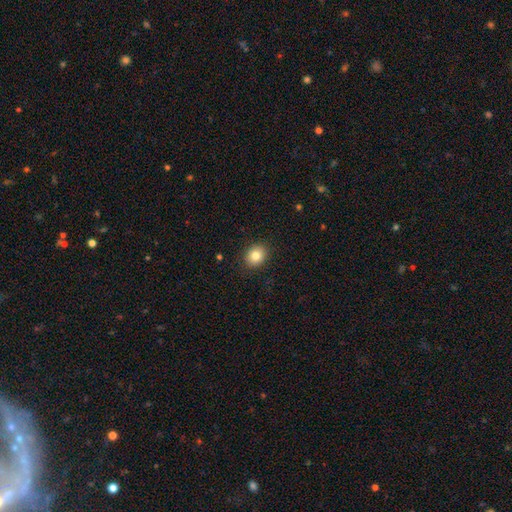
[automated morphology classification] Smooth or featured: smooth — 82% (star or artifact — 10%)
How rounded: round — 58% (in between — 41%)
Merging: none — 89% (minor disturbance — 8%)